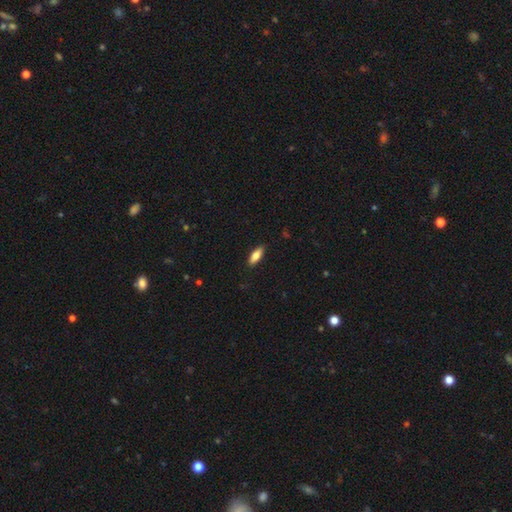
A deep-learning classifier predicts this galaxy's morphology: Smooth or featured? Predicted: smooth (p=0.77). How rounded? Predicted: in between (p=0.72). Merging? Predicted: none (p=0.88).